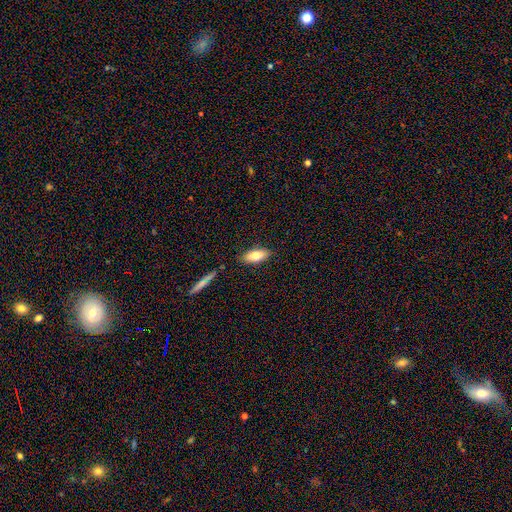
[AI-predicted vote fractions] Q: Smooth or featured?
A: smooth (75%); runner-up: featured or disk (18%)
Q: How rounded?
A: in between (82%); runner-up: cigar-shaped (16%)
Q: Merging?
A: none (85%); runner-up: minor disturbance (11%)